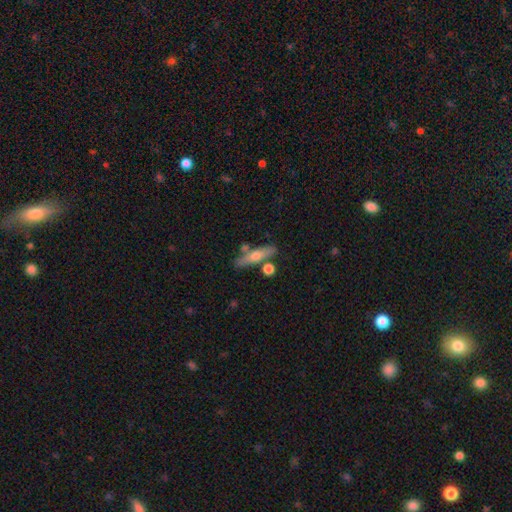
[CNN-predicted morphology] Smooth or featured: smooth — 51% (featured or disk — 43%)
How rounded: cigar-shaped — 79% (in between — 17%)
Merging: none — 73% (minor disturbance — 13%)